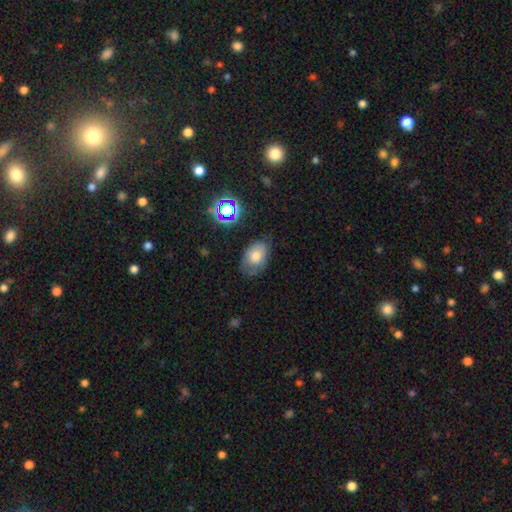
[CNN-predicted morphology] Smooth or featured? smooth (68%)
How rounded? in between (84%)
Merging? none (63%)